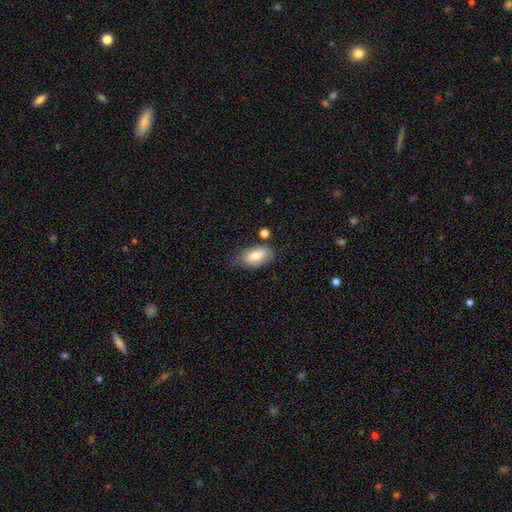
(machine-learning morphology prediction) Smooth or featured?
  - smooth: 73% *
  - featured or disk: 20%
  - star or artifact: 7%
How rounded?
  - in between: 91% *
  - cigar-shaped: 5%
  - round: 4%
Merging?
  - none: 66% *
  - minor disturbance: 23%
  - merger: 6%
  - major disturbance: 6%